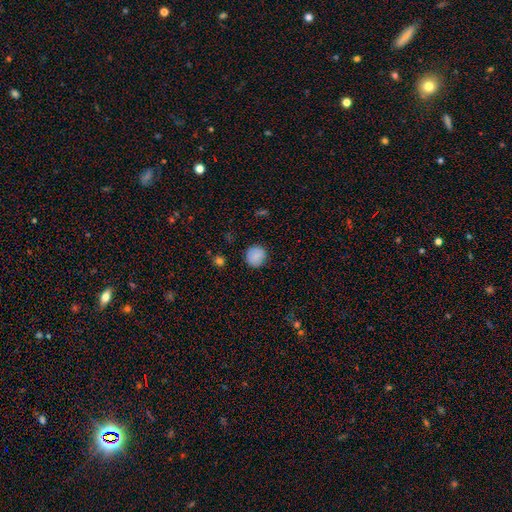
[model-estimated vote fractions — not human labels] Overall: smooth (87%). How rounded: round (91%). Merging: none (89%).